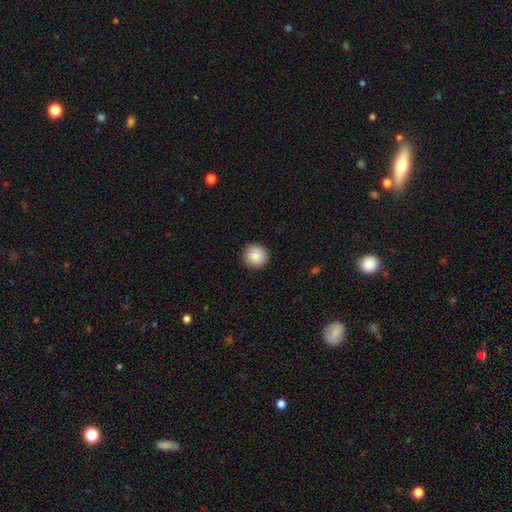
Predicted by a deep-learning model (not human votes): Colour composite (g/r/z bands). It shows a smooth galaxy with no disk features (88%) that is round (95%). Merging: none (92%).